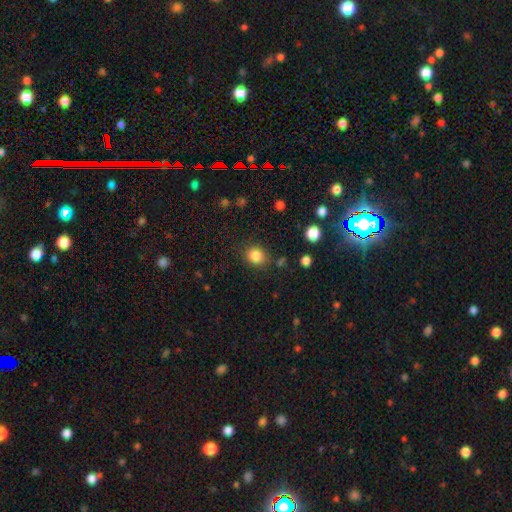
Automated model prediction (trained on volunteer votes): Morphology: type=smooth (84%); roundness=round (76%); merging=none (84%).